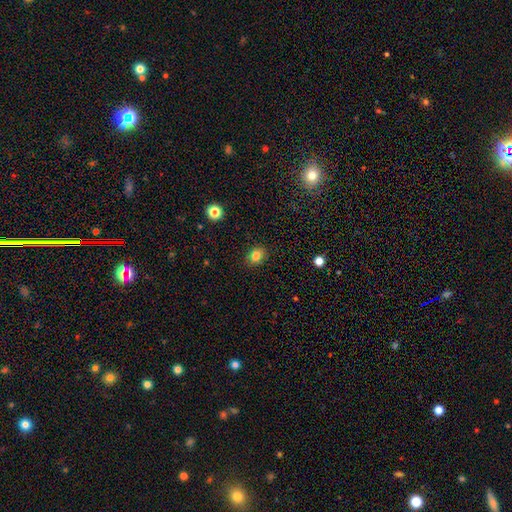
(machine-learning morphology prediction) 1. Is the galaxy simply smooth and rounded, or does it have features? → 82% smooth, 11% star or artifact, 6% featured or disk.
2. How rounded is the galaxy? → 54% round, 45% in between, 1% cigar-shaped.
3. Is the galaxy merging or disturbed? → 88% none, 9% minor disturbance, 2% major disturbance, 1% merger.